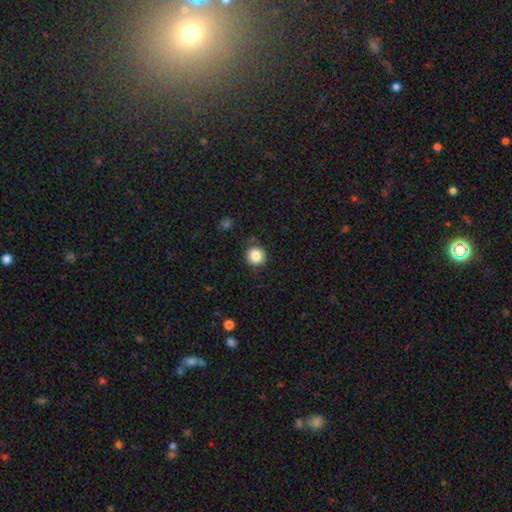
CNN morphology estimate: Overall: smooth (85%). How rounded: round (92%). Merging: none (84%).